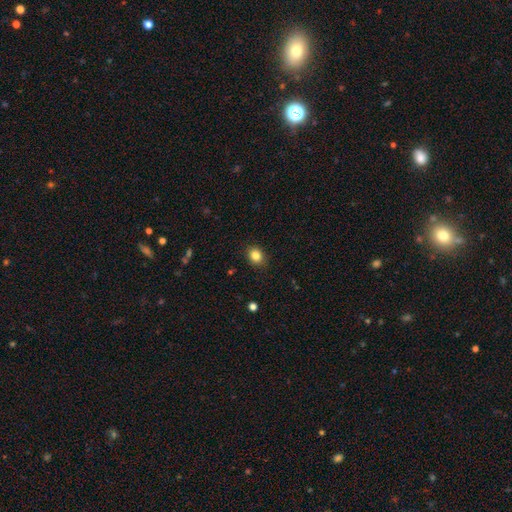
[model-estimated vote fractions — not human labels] A smooth galaxy with no disk features (84%) that is round (64%).

Vote fractions:
- Smooth or featured? smooth: 84% / star or artifact: 11% / featured or disk: 6%
- How rounded? round: 64% / in between: 35% / cigar-shaped: 1%
- Merging? none: 89% / minor disturbance: 8% / major disturbance: 2% / merger: 1%